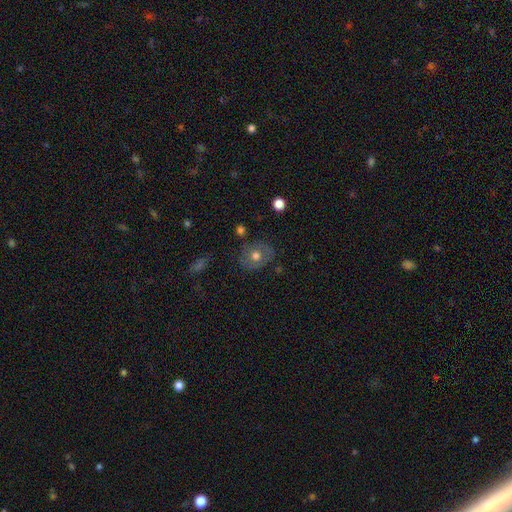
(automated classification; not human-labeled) Q: Smooth or featured?
A: smooth (57%); runner-up: featured or disk (33%)
Q: How rounded?
A: round (63%); runner-up: in between (36%)
Q: Merging?
A: none (79%); runner-up: minor disturbance (14%)